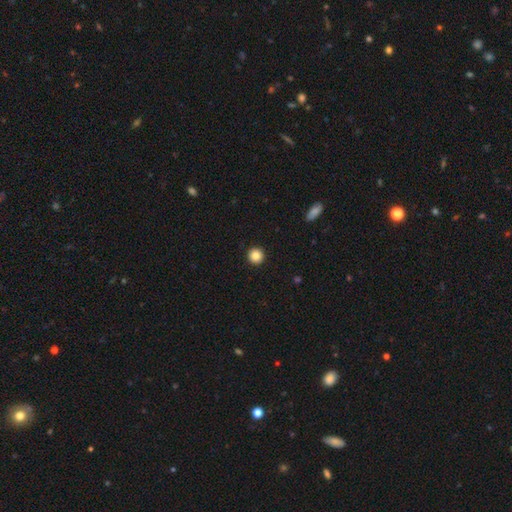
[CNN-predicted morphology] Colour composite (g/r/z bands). It shows a smooth galaxy with no disk features (87%) that is round (96%). Merging: none (94%).